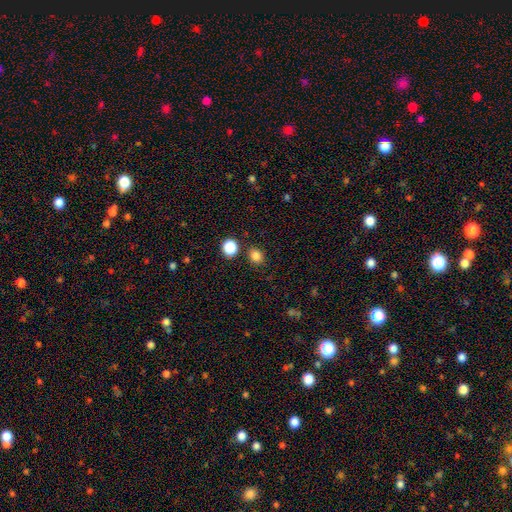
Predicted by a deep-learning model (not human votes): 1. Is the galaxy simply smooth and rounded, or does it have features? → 83% smooth, 13% star or artifact, 4% featured or disk.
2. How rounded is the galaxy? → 63% round, 36% in between, 1% cigar-shaped.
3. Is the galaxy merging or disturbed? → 85% none, 8% minor disturbance, 5% merger, 2% major disturbance.